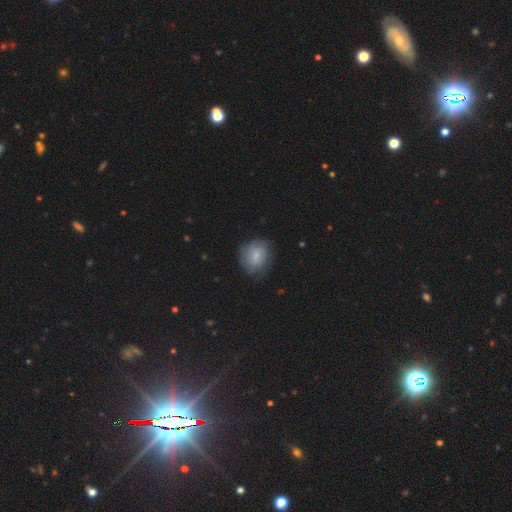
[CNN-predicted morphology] Smooth or featured?
  - smooth: 65% *
  - featured or disk: 27%
  - star or artifact: 8%
How rounded?
  - round: 68% *
  - in between: 31%
  - cigar-shaped: 1%
Merging?
  - none: 70% *
  - minor disturbance: 21%
  - major disturbance: 7%
  - merger: 1%